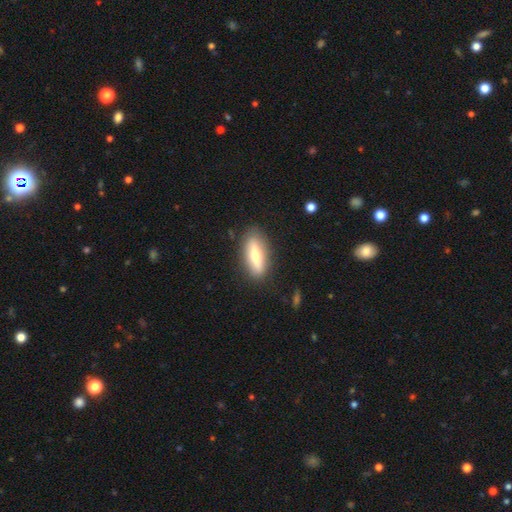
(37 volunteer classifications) smooth-or-featured: featured or disk: 59% | smooth: 38% | star or artifact: 3%
  disk-edge-on: yes: 64% | no: 36%
    edge-on-bulge: rounded: 86% | none: 14% | boxy: 0%
  merging: none: 83% | minor disturbance: 8% | major disturbance: 6% | merger: 3%